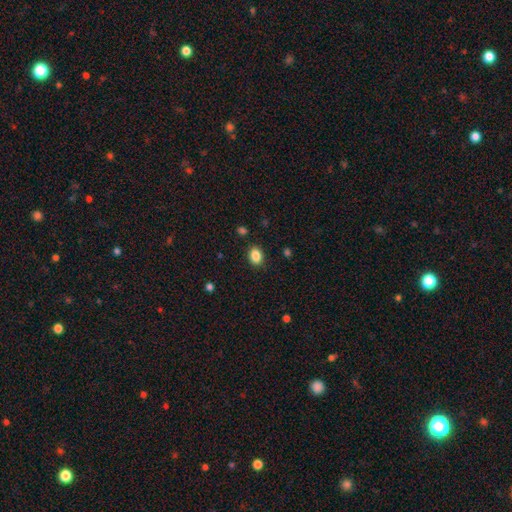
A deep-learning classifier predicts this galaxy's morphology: The model was most divided on "how rounded": in between: 62%, round: 37%, cigar-shaped: 1%. More confident: merging — none (87%); smooth or featured — smooth (86%).